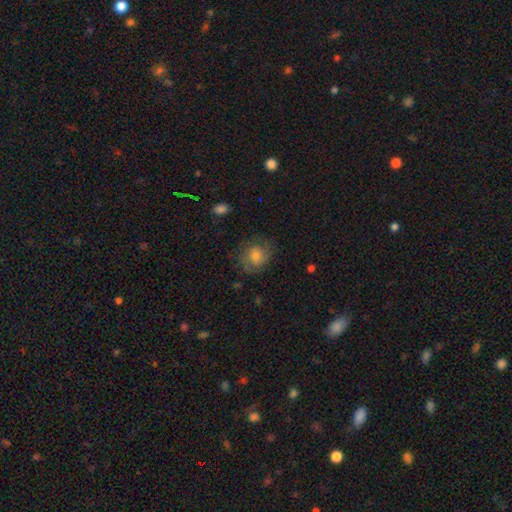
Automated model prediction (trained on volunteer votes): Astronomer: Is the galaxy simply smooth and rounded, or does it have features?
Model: featured or disk — 53% (runner-up: smooth, 36%).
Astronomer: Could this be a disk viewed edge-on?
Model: no — 97%.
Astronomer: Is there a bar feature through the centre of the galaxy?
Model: no — 64%.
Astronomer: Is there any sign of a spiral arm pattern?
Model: yes — 87%.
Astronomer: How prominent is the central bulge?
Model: moderate — 51% (runner-up: small, 34%).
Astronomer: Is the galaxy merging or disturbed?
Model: none — 75%.